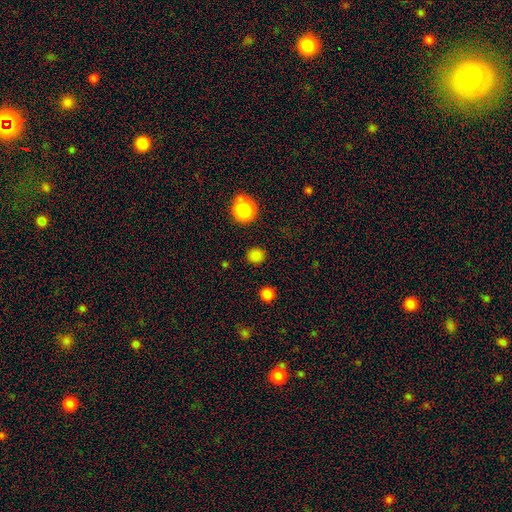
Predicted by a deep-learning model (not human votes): The model was most divided on "smooth or featured": smooth: 80%, star or artifact: 16%, featured or disk: 4%. More confident: how rounded — round (90%); merging — none (89%).